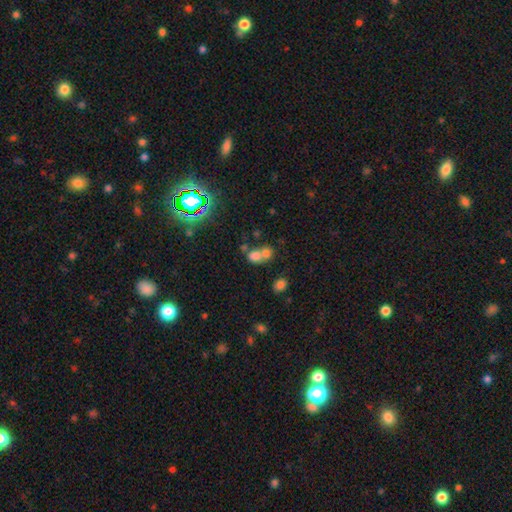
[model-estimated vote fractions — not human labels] Morphology: type=smooth (70%); roundness=round (54%); merging=merger (61%).